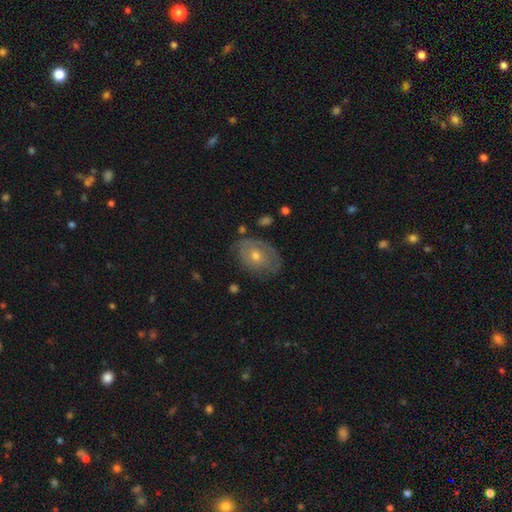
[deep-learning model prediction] Q: Smooth or featured?
A: featured or disk (53%); runner-up: smooth (38%)
Q: Edge-on disk?
A: no (93%); runner-up: yes (7%)
Q: Merging?
A: none (68%); runner-up: minor disturbance (22%)